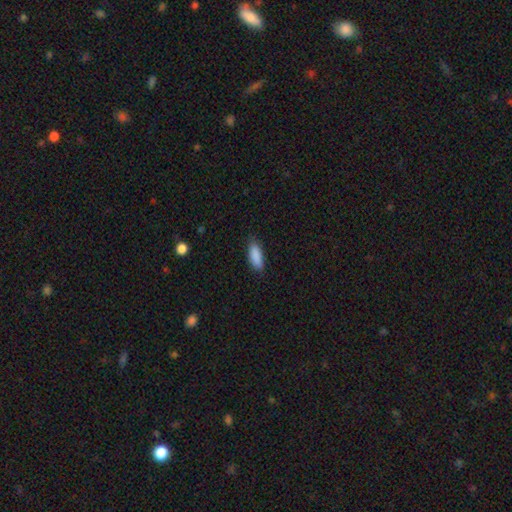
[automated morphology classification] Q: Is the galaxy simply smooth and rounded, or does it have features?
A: smooth — 89%.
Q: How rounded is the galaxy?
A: in between — 73%.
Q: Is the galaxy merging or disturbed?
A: none — 82%.